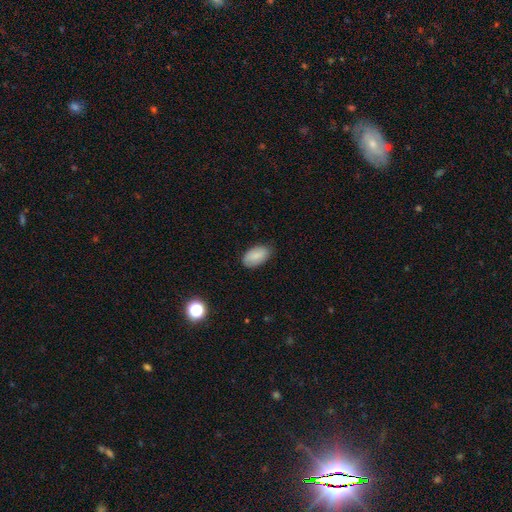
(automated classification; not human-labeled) Q: Smooth or featured?
A: smooth (84%); runner-up: featured or disk (9%)
Q: How rounded?
A: in between (94%); runner-up: round (4%)
Q: Merging?
A: none (79%); runner-up: minor disturbance (17%)